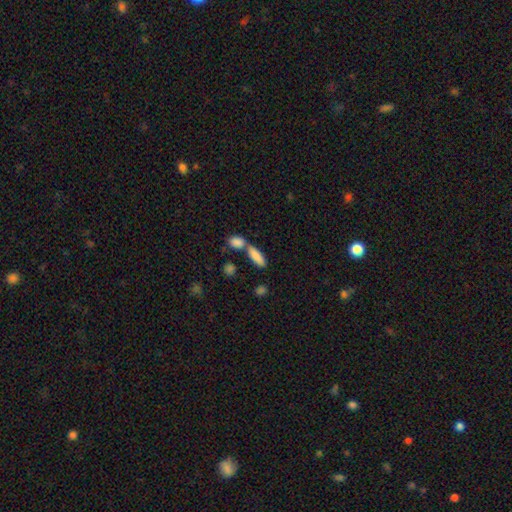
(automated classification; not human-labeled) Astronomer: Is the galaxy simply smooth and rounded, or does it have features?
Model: smooth — 85%.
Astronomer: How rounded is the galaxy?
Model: in between — 68%.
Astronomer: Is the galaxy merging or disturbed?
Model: none — 53% (runner-up: merger, 34%).